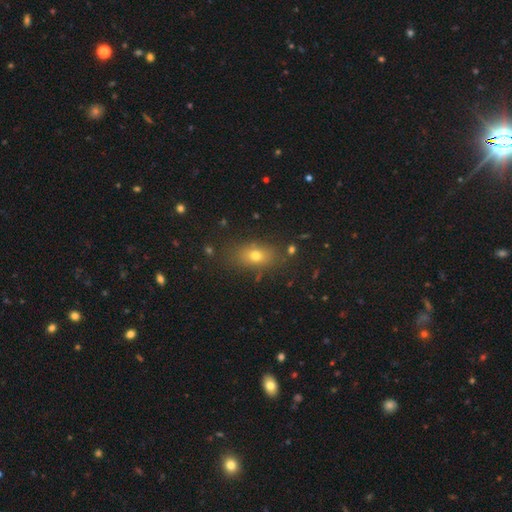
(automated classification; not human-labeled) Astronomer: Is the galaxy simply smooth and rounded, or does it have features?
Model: smooth — 70%.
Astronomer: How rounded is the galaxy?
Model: in between — 74%.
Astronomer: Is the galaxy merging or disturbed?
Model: none — 81%.